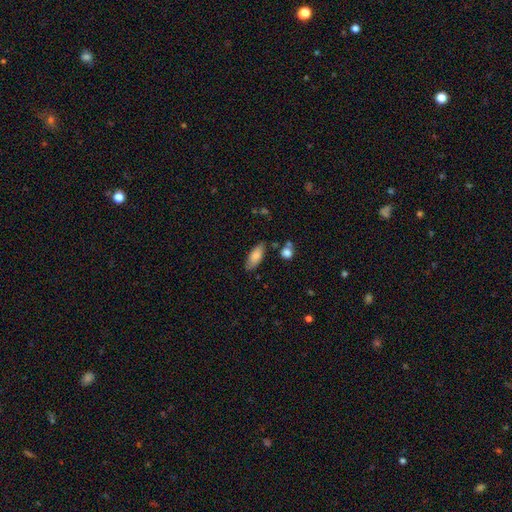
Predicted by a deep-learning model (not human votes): A smooth galaxy with no disk features (78%) that is in between round and cigar-shaped (82%). Merging: none (76%).